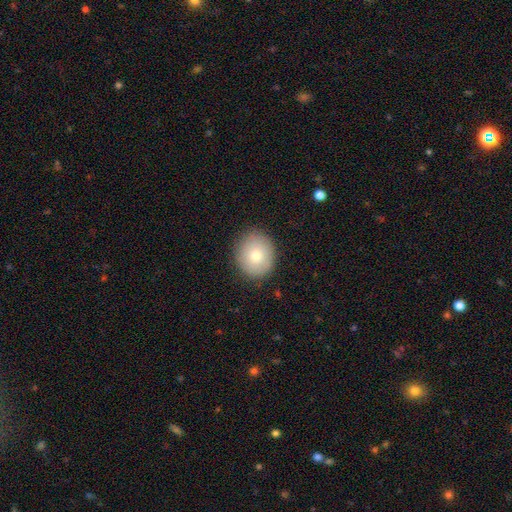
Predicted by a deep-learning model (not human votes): Smooth or featured? Predicted: smooth (p=0.75). How rounded? Predicted: round (p=0.73). Merging? Predicted: none (p=0.87).